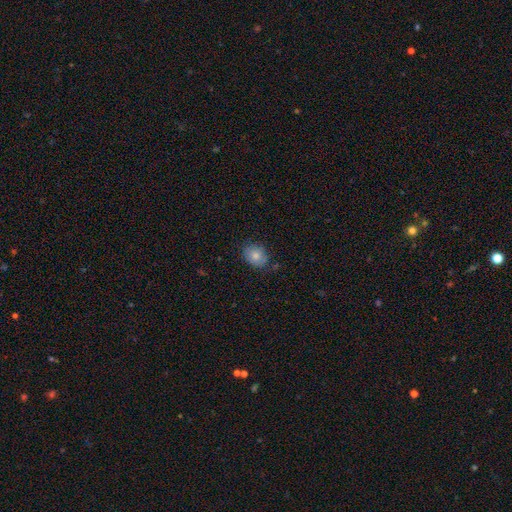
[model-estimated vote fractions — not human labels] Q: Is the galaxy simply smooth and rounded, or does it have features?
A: smooth — 81%.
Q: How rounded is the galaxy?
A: in between — 50%.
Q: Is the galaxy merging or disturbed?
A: none — 77%.